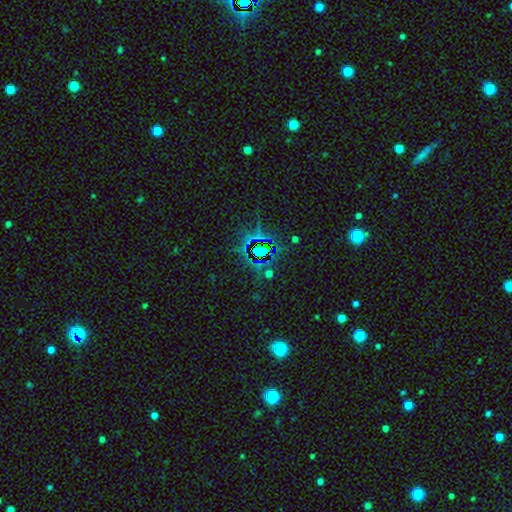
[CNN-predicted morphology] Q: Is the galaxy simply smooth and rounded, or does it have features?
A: star or artifact — 77%.